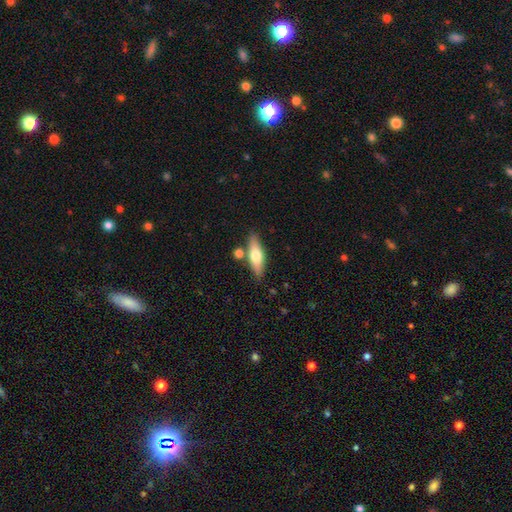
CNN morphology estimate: This is possibly a smooth galaxy (55%). How rounded: possibly cigar-shaped (50%). Merging: likely none (77%).